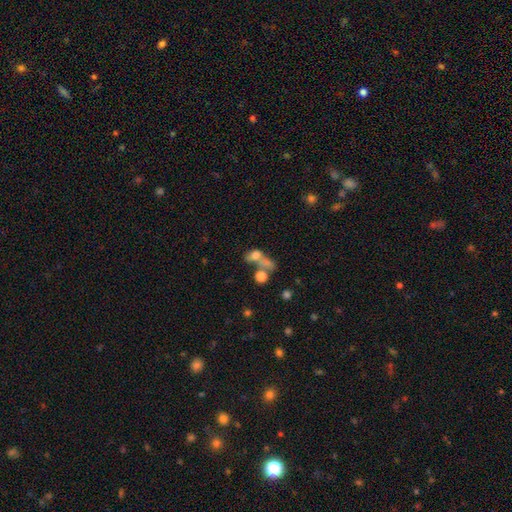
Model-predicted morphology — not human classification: The model was most divided on "merging": merger: 52%, none: 23%, major disturbance: 15%, minor disturbance: 10%. More confident: smooth or featured — smooth (64%); how rounded — in between (60%).